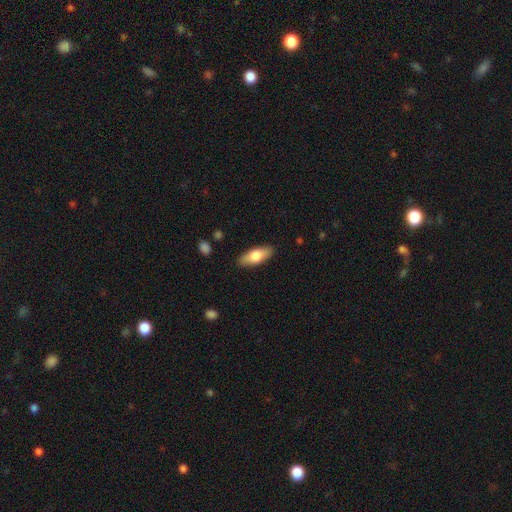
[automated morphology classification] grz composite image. It shows a smooth galaxy with no disk features (70%) that is in between round and cigar-shaped (75%). Merging: none (88%).